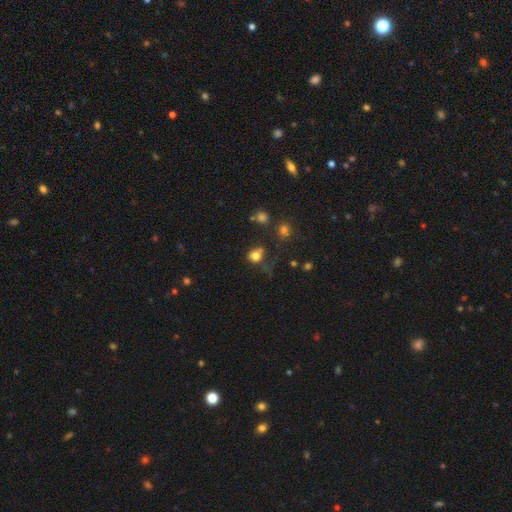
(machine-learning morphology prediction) smooth 76%, star or artifact 15%, featured or disk 9%. Down the decision tree: how rounded — round (62%); merging — none (48%).